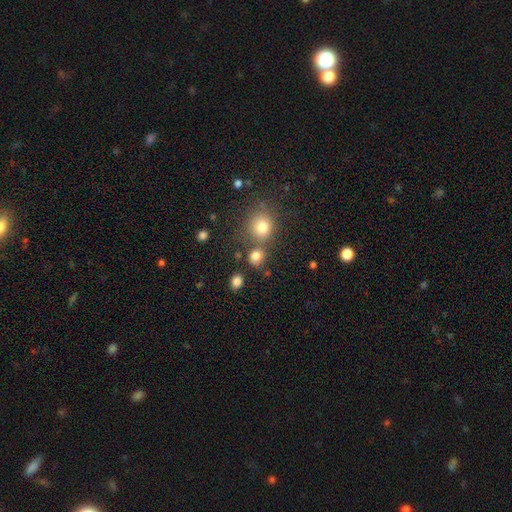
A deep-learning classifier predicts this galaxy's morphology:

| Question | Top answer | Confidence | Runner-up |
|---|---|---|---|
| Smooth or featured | smooth | 80% | star or artifact (14%) |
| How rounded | round | 71% | in between (28%) |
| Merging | none | 69% | merger (17%) |